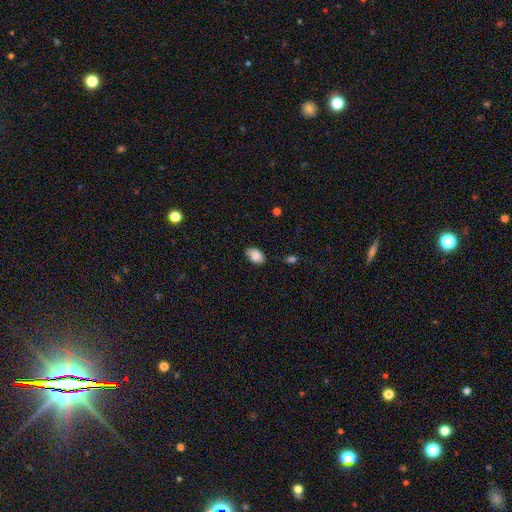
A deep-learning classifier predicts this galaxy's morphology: Overall: smooth (85%). How rounded: in between (90%). Merging: none (77%).